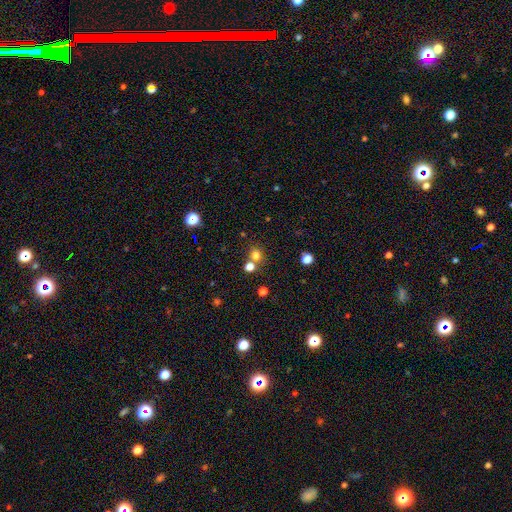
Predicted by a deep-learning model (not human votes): The model was most divided on "merging": none: 62%, merger: 26%, minor disturbance: 8%, major disturbance: 4%. More confident: how rounded — round (80%); smooth or featured — smooth (75%).